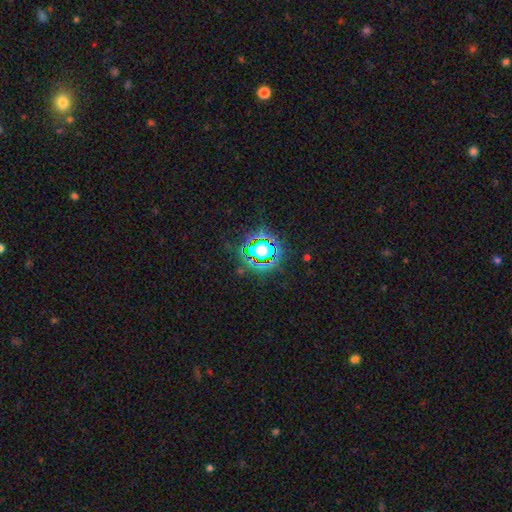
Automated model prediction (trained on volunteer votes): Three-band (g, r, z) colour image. It shows a star or artifact, not a galaxy (75%).